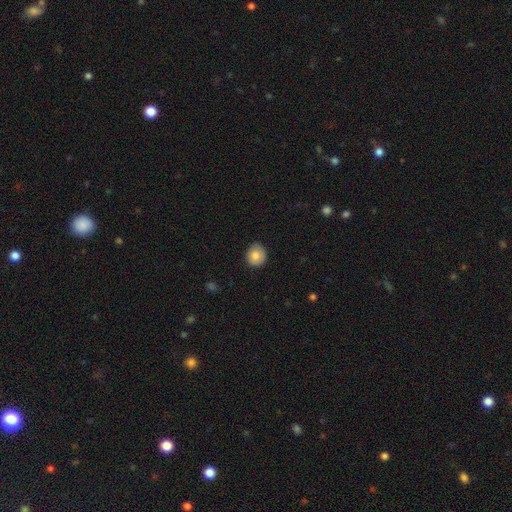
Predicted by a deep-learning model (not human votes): This is likely a smooth galaxy (79%). How rounded: clearly round (81%). Merging: clearly none (84%).